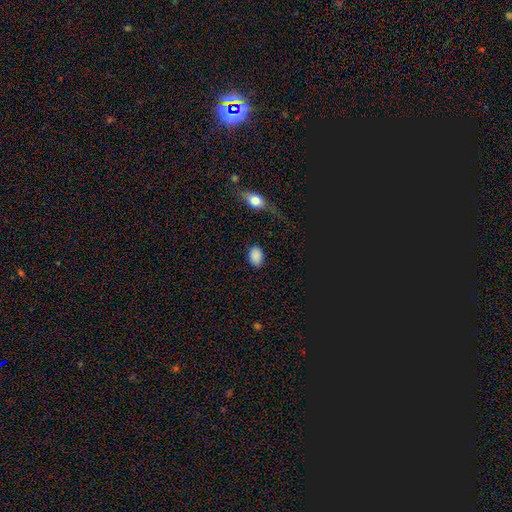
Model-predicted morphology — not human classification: Smooth or featured: smooth — 87% (star or artifact — 9%)
How rounded: in between — 81% (round — 18%)
Merging: none — 83% (minor disturbance — 12%)